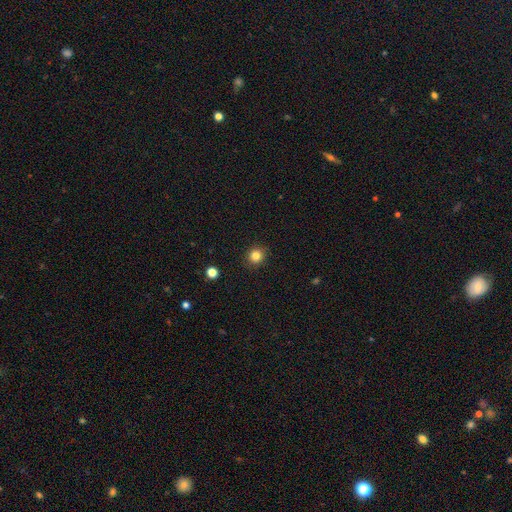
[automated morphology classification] Smooth or featured? Predicted: smooth (p=0.83). How rounded? Predicted: round (p=0.89). Merging? Predicted: none (p=0.91).